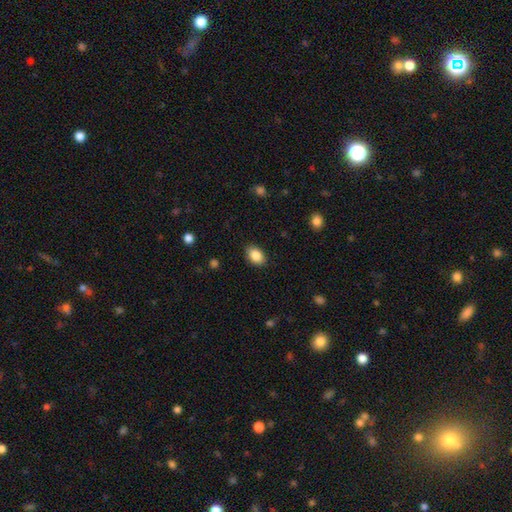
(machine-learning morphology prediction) This appears to be a smooth galaxy with no disk features (88%) that is in between round and cigar-shaped (84%). Merging: none (87%).